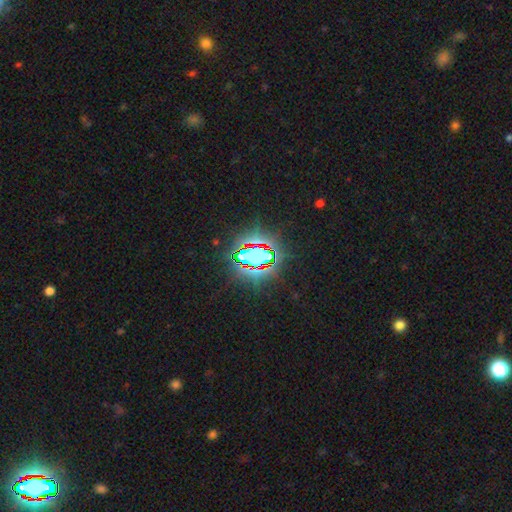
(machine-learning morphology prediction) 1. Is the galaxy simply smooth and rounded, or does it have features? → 74% star or artifact, 15% smooth, 11% featured or disk.